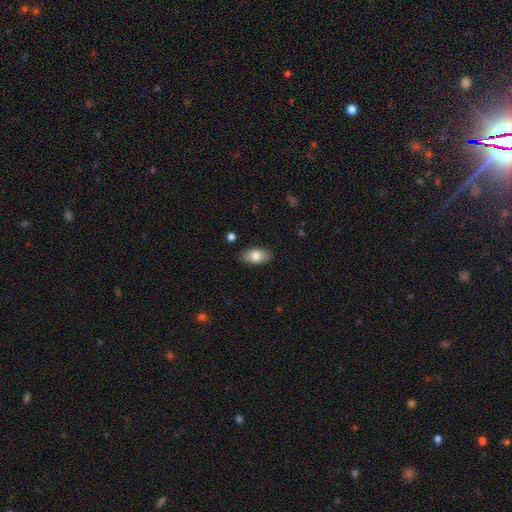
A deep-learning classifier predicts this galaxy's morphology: Smooth or featured? smooth (81%)
How rounded? in between (92%)
Merging? none (86%)